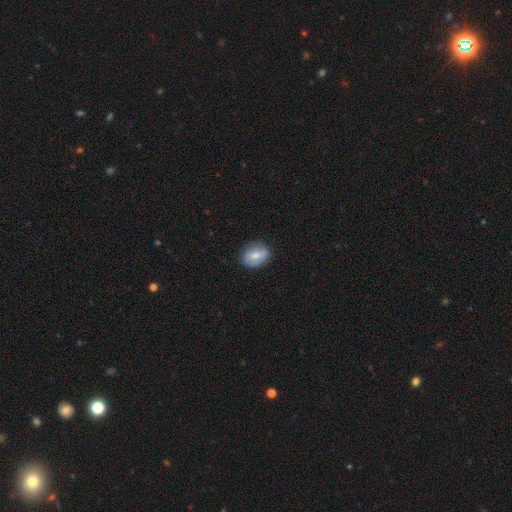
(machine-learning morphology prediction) smooth 51%, featured or disk 41%, star or artifact 7%. Down the decision tree: how rounded — in between (59%); merging — none (78%).